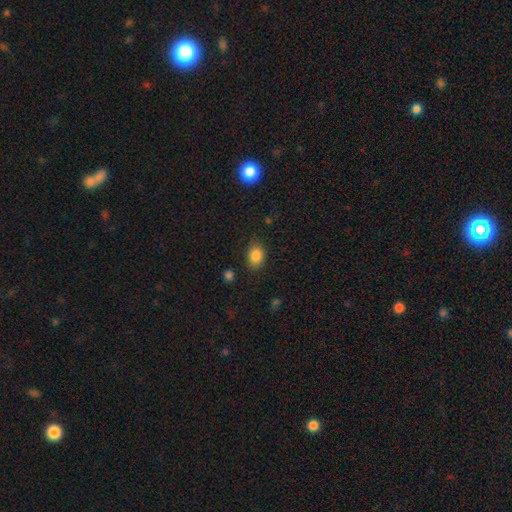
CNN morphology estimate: A smooth galaxy with no disk features (86%) that is in between round and cigar-shaped (74%). Merging: none (81%).